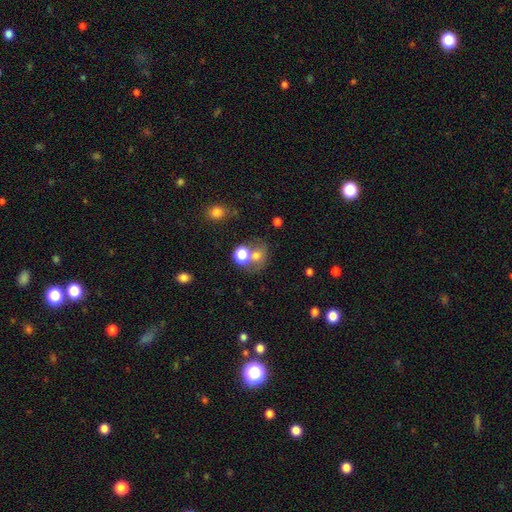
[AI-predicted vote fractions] Overall: smooth (69%). How rounded: round (64%; in between 35%). Merging: merger (41%; none 39%).